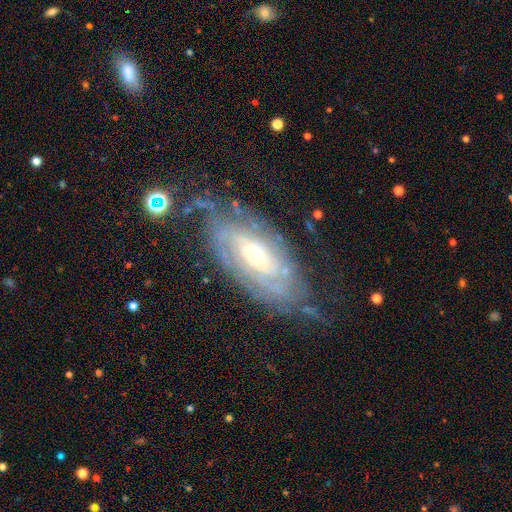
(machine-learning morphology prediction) Smooth or featured?
  - featured or disk: 83% *
  - smooth: 10%
  - star or artifact: 6%
Edge-on disk?
  - no: 92% *
  - yes: 8%
Bar?
  - no: 64% *
  - weak: 27%
  - strong: 9%
Spiral arms?
  - yes: 93% *
  - no: 7%
Spiral winding?
  - tight: 72% *
  - medium: 22%
  - loose: 6%
Spiral arm count?
  - can't tell: 44% *
  - 2: 21%
  - 3: 14%
  - 4: 11%
  - more than 4: 6%
  - 1: 5%
Bulge size?
  - small: 57% *
  - moderate: 38%
  - large: 3%
  - none: 1%
  - dominant: 1%
Merging?
  - none: 67% *
  - minor disturbance: 21%
  - major disturbance: 10%
  - merger: 2%